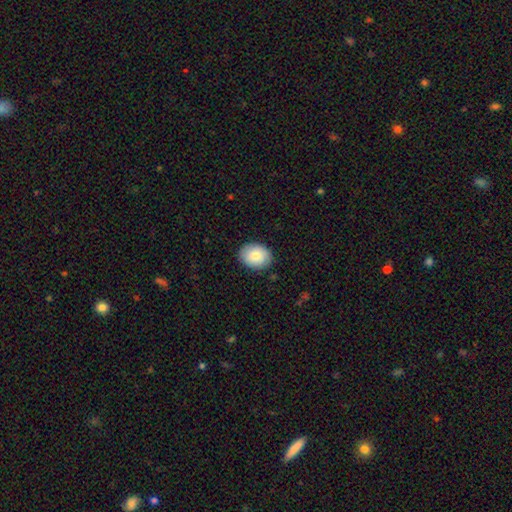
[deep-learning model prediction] A smooth galaxy with no disk features (82%) that is in between round and cigar-shaped (63%).

Vote fractions:
- Smooth or featured? smooth: 82% / featured or disk: 12% / star or artifact: 7%
- How rounded? in between: 63% / round: 36% / cigar-shaped: 1%
- Merging? none: 87% / minor disturbance: 10% / major disturbance: 2% / merger: 1%